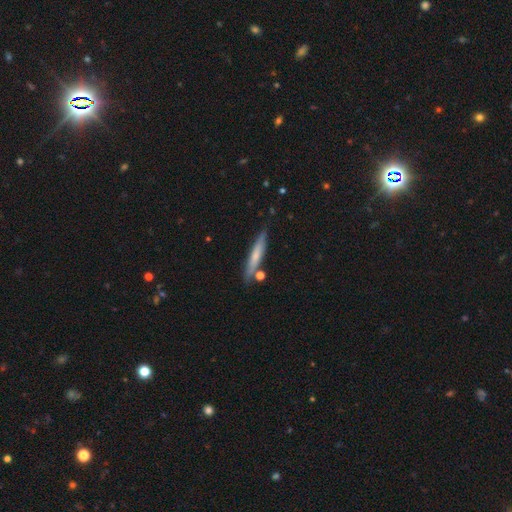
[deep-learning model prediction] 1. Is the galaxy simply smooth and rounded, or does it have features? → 57% smooth, 37% featured or disk, 6% star or artifact.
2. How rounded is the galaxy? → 92% cigar-shaped, 6% in between, 2% round.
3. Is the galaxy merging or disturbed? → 80% none, 12% minor disturbance, 6% merger, 2% major disturbance.